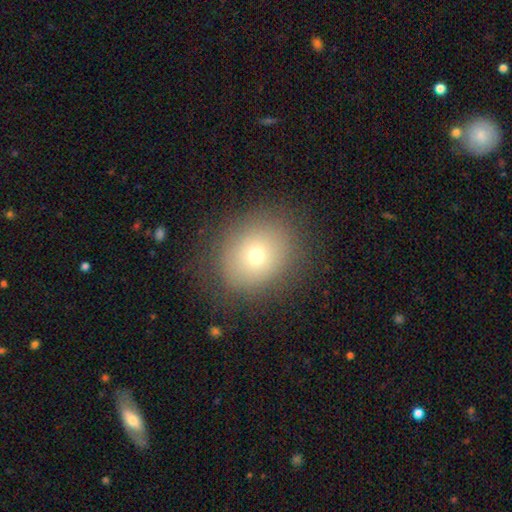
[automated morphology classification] This is likely a smooth galaxy (69%). How rounded: likely round (75%). Merging: clearly none (80%).